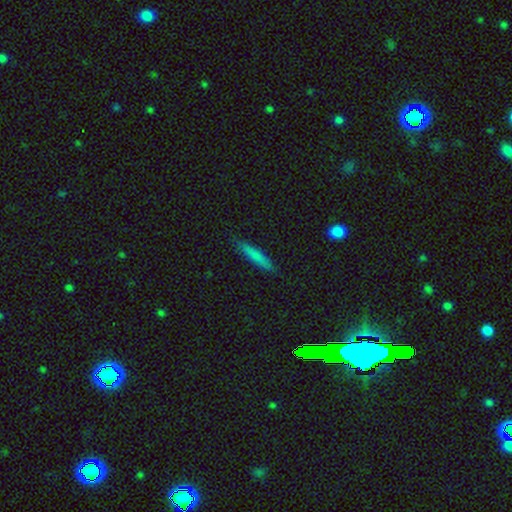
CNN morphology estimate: A smooth galaxy with no disk features (77%) that is cigar-shaped (91%). Merging: none (87%).